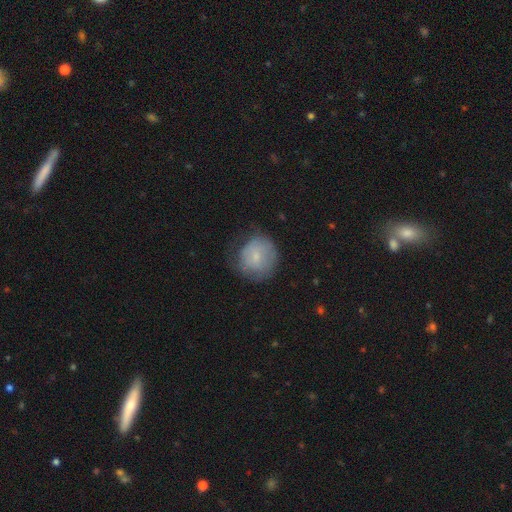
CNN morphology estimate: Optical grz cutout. It shows a smooth galaxy with no disk features (68%) that is round (84%). Merging: none (58%).